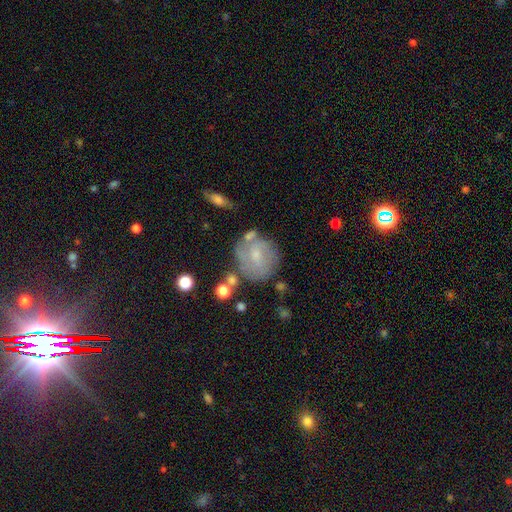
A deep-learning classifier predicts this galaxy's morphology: A featured or disk galaxy (53%) with no bar (58%), spiral arms (65%) and a small central bulge (65%). Merging: none (59%).